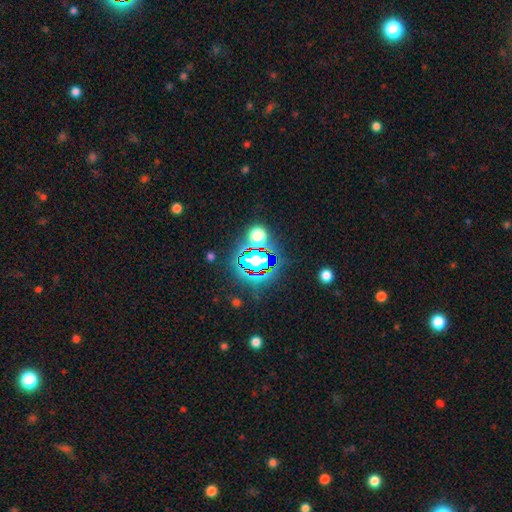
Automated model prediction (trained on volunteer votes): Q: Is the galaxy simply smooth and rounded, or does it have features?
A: star or artifact — 80%.